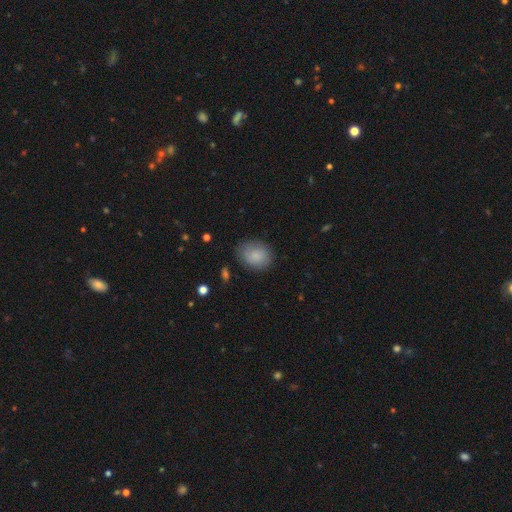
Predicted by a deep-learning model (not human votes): Smooth or featured: smooth — 83% (featured or disk — 10%)
How rounded: round — 51% (in between — 48%)
Merging: none — 76% (minor disturbance — 18%)